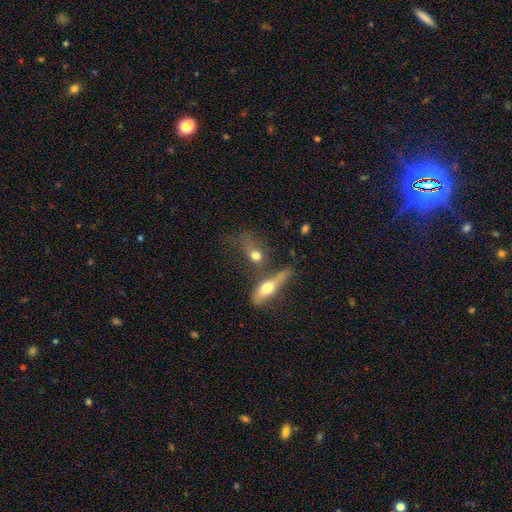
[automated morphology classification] Smooth or featured: smooth — 64% (featured or disk — 26%)
How rounded: in between — 57% (round — 28%)
Merging: merger — 43% (none — 30%)